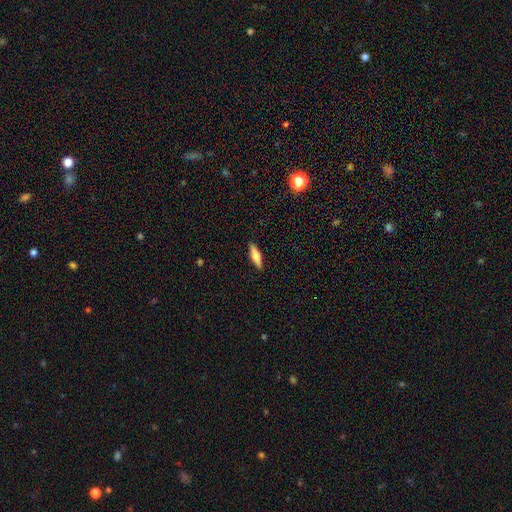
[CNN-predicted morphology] Smooth or featured? smooth (50%)
How rounded? cigar-shaped (67%)
Merging? none (90%)